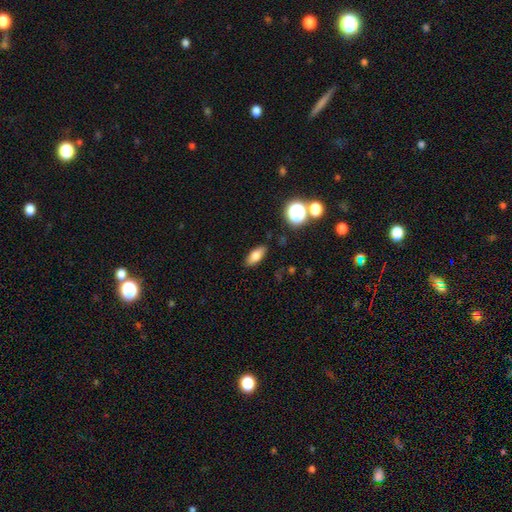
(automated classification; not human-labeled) smooth_or_featured: smooth (p=0.76) [alt: featured or disk p=0.14]
how_rounded: in between (p=0.79) [alt: cigar-shaped p=0.15]
merging: none (p=0.87) [alt: minor disturbance p=0.09]